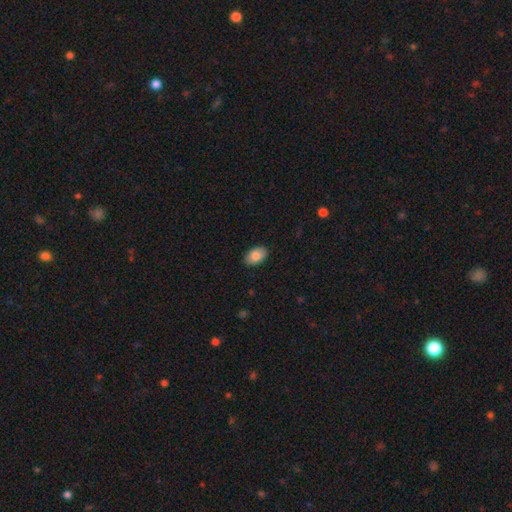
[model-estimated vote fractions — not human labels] A smooth galaxy with no disk features (82%) that is in between round and cigar-shaped (91%).

Vote fractions:
- Smooth or featured? smooth: 82% / featured or disk: 11% / star or artifact: 7%
- How rounded? in between: 91% / round: 8% / cigar-shaped: 1%
- Merging? none: 88% / minor disturbance: 9% / major disturbance: 2% / merger: 1%